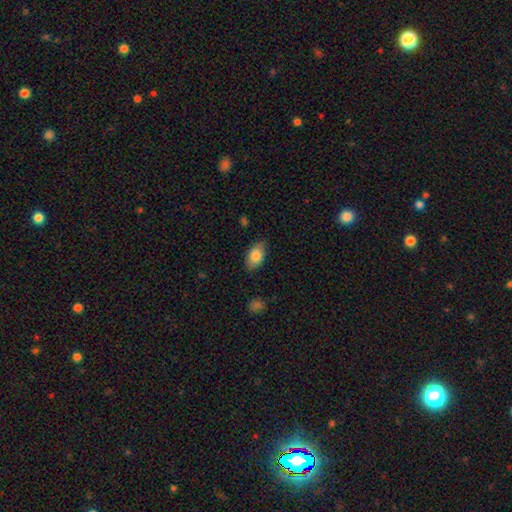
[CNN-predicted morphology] A smooth galaxy with no disk features (82%) that is in between round and cigar-shaped (92%).

Vote fractions:
- Smooth or featured? smooth: 82% / featured or disk: 11% / star or artifact: 7%
- How rounded? in between: 92% / round: 6% / cigar-shaped: 2%
- Merging? none: 82% / minor disturbance: 14% / major disturbance: 3% / merger: 1%